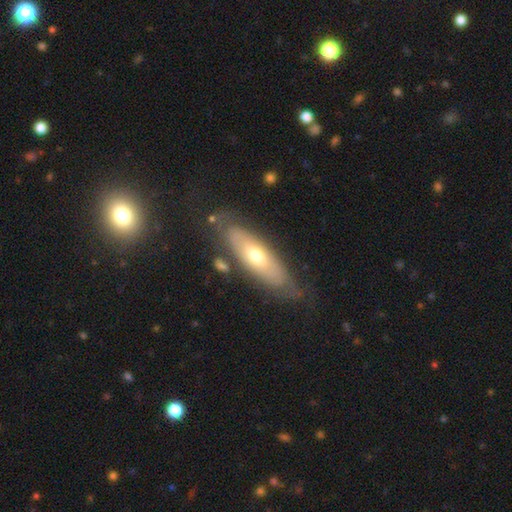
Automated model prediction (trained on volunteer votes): Overall: featured or disk (53%; smooth 40%). Edge-on disk: no (66%; yes 34%). Merging: none (72%).